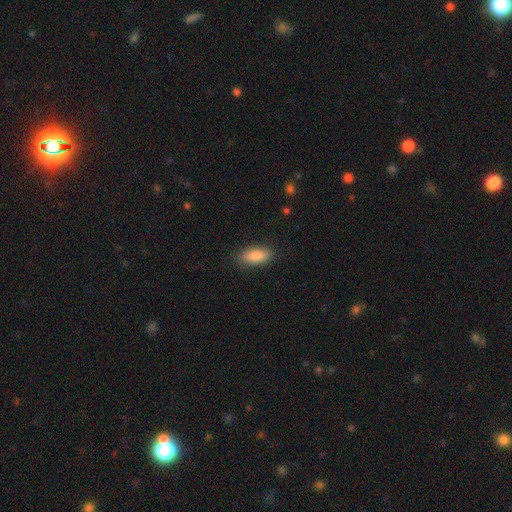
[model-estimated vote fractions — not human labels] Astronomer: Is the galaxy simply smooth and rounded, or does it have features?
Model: smooth — 87%.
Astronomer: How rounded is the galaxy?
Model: in between — 82%.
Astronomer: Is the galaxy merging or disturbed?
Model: none — 87%.